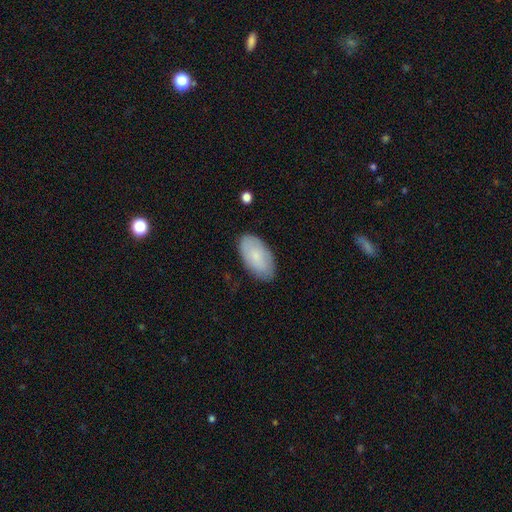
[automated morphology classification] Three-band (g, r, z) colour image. It shows a smooth galaxy with no disk features (75%) that is in between round and cigar-shaped (95%). Merging: none (82%).